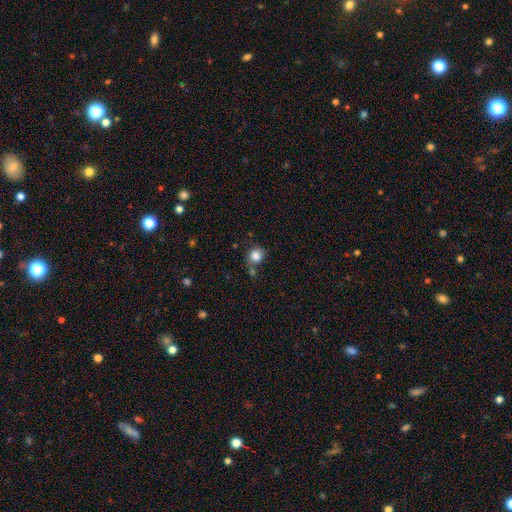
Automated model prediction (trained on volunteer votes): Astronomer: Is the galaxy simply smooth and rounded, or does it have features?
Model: smooth — 85%.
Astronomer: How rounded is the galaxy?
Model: round — 82%.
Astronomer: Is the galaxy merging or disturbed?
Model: none — 62%.